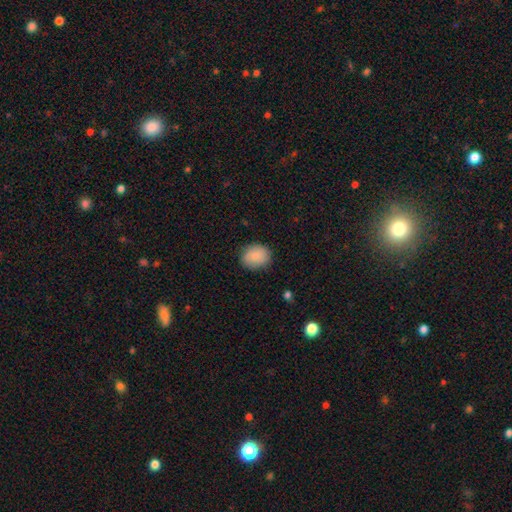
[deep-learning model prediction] smooth_or_featured: smooth (p=0.87) [alt: star or artifact p=0.07]
how_rounded: round (p=0.56) [alt: in between p=0.43]
merging: none (p=0.83) [alt: minor disturbance p=0.13]